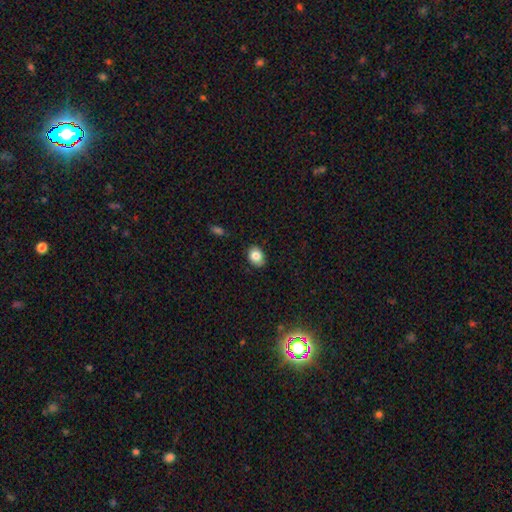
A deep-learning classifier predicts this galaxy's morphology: The model was most divided on "how rounded": in between: 65%, round: 34%, cigar-shaped: 1%. More confident: merging — none (85%); smooth or featured — smooth (82%).